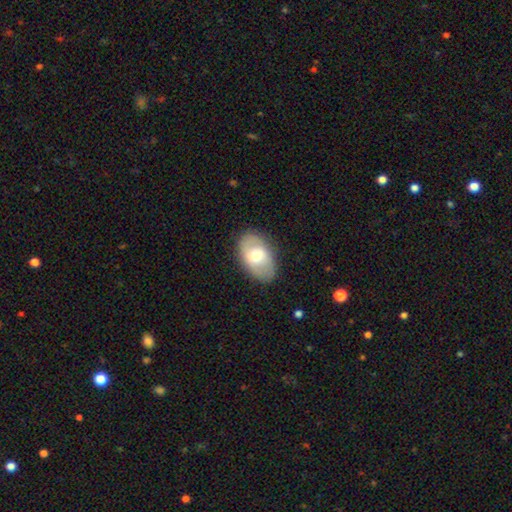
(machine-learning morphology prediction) smooth-or-featured: smooth: 58% | featured or disk: 36% | star or artifact: 7%
  how-rounded: in between: 88% | round: 11% | cigar-shaped: 1%
  merging: none: 82% | minor disturbance: 13% | major disturbance: 4% | merger: 1%